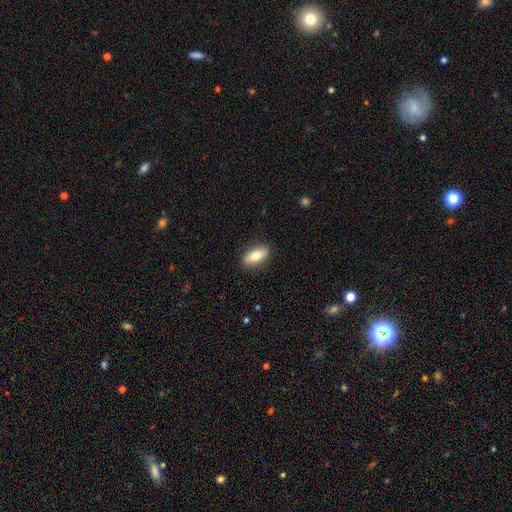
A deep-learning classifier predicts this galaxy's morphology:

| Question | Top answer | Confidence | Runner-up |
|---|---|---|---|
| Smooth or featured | smooth | 77% | featured or disk (17%) |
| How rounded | in between | 82% | cigar-shaped (14%) |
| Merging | none | 88% | minor disturbance (9%) |